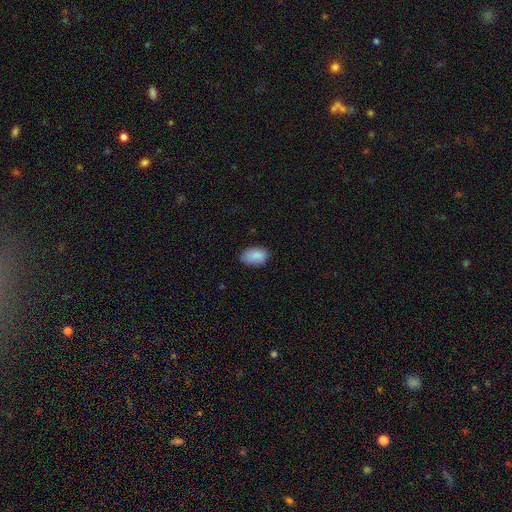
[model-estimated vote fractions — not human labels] smooth_or_featured: smooth (p=0.88) [alt: star or artifact p=0.07]
how_rounded: in between (p=0.90) [alt: round p=0.08]
merging: none (p=0.76) [alt: minor disturbance p=0.19]